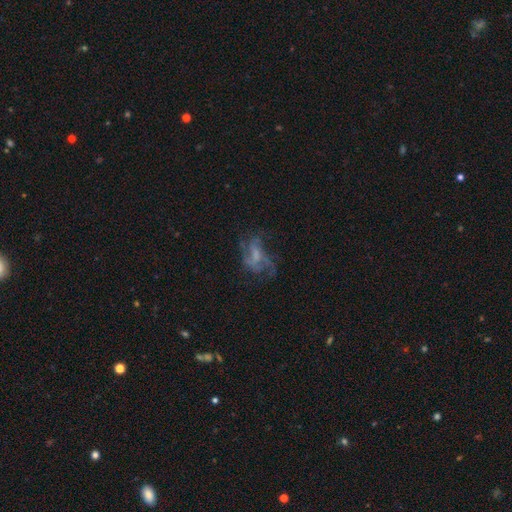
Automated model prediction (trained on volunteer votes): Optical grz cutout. It shows a featured or disk galaxy (69%) with no bar (49%), loose (45%) spiral arms (75%) and no central bulge (43%). Merging: none (46%).